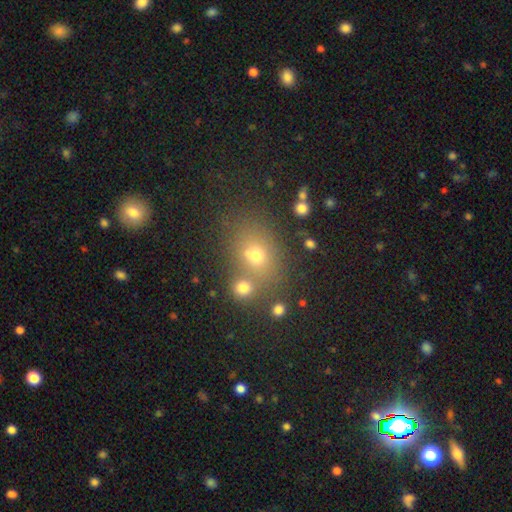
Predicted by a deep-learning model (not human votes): Overall: smooth (66%). How rounded: in between (56%; round 42%). Merging: none (58%; merger 23%).